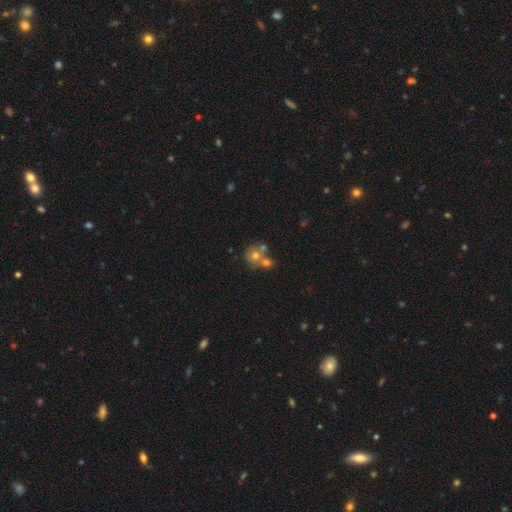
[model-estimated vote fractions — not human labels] Smooth or featured: smooth — 63% (featured or disk — 24%)
How rounded: round — 81% (in between — 18%)
Merging: merger — 48% (none — 39%)